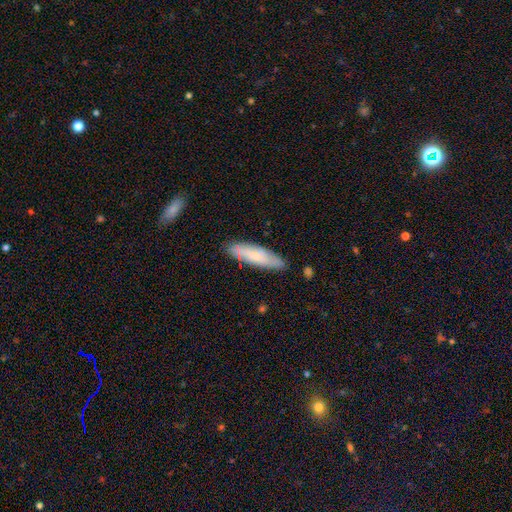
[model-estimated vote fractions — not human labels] smooth-or-featured: smooth: 57% | featured or disk: 37% | star or artifact: 6%
  how-rounded: cigar-shaped: 61% | in between: 37% | round: 2%
  merging: none: 78% | minor disturbance: 16% | major disturbance: 3% | merger: 3%